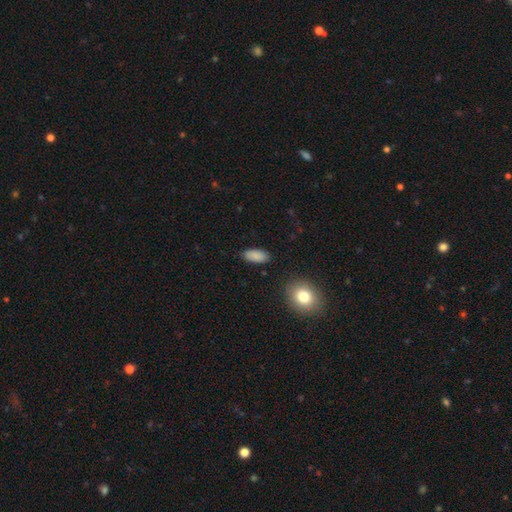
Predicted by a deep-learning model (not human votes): Smooth or featured? smooth (88%)
How rounded? in between (91%)
Merging? none (86%)